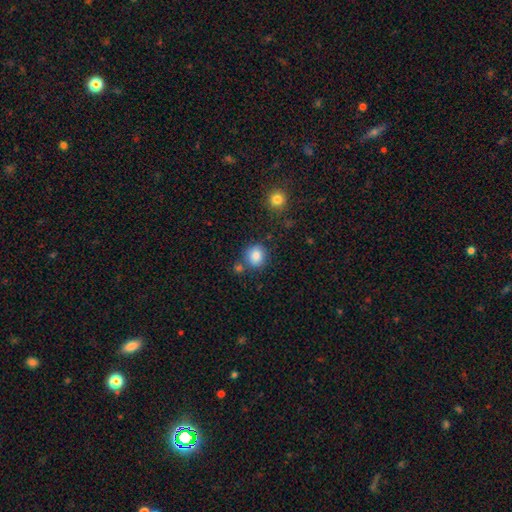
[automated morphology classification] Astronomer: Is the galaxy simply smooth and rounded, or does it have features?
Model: smooth — 85%.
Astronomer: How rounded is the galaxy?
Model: round — 78%.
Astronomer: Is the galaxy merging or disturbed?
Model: none — 74%.